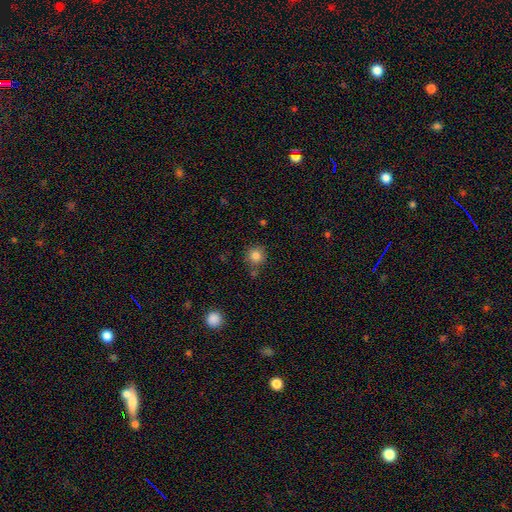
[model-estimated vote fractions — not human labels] Smooth or featured?
  - smooth: 83% *
  - star or artifact: 11%
  - featured or disk: 6%
How rounded?
  - round: 93% *
  - in between: 6%
  - cigar-shaped: 1%
Merging?
  - none: 79% *
  - minor disturbance: 11%
  - merger: 7%
  - major disturbance: 3%